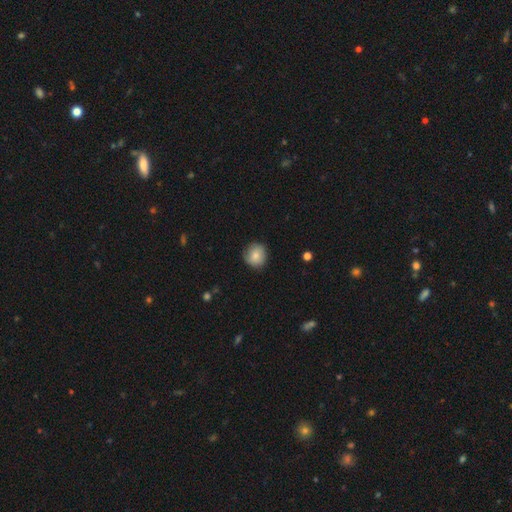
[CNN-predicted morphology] This appears to be a smooth galaxy with no disk features (80%) that is round (88%). Merging: none (83%).